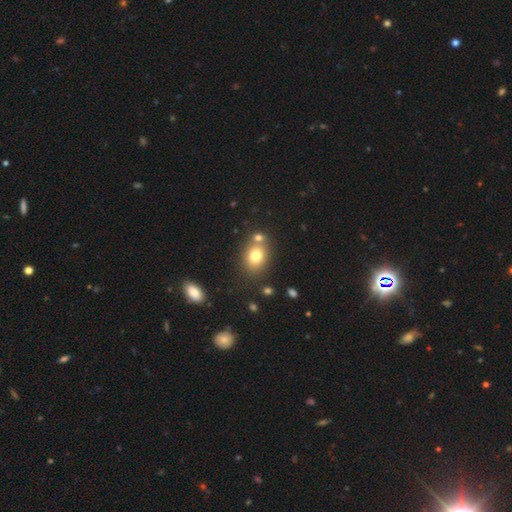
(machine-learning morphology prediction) smooth 77%, featured or disk 12%, star or artifact 11%. Down the decision tree: how rounded — in between (62%); merging — none (62%).